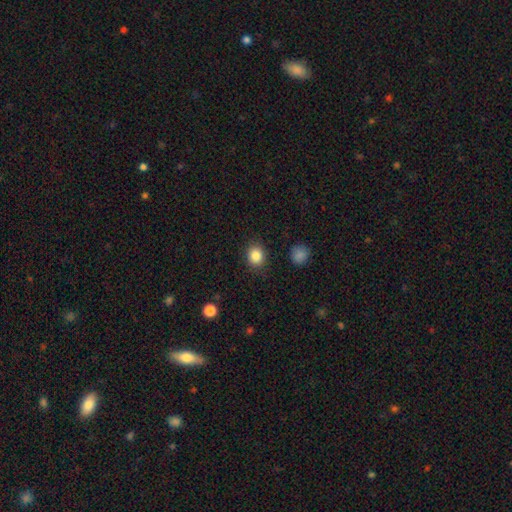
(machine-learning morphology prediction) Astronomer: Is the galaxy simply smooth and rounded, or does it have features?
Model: smooth — 86%.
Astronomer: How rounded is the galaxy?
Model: round — 65%.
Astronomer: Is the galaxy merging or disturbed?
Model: none — 87%.